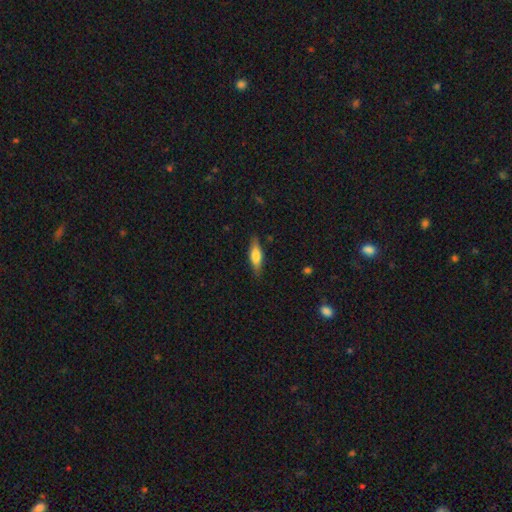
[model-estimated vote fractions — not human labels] Morphology: type=smooth (70%); roundness=in between (50%); merging=none (83%).